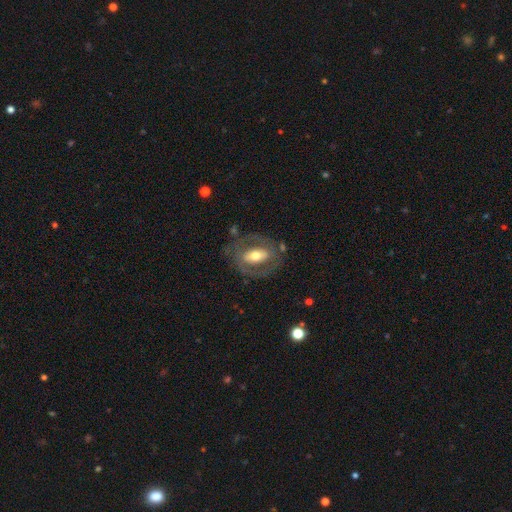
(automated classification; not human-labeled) This is likely a featured or disk galaxy (64%). It is clearly not viewed edge-on (91%). Bar: marginally strong (39%). Spiral arm pattern: possibly no (55%). Central bulge: likely moderate (65%). Merging: likely none (70%).